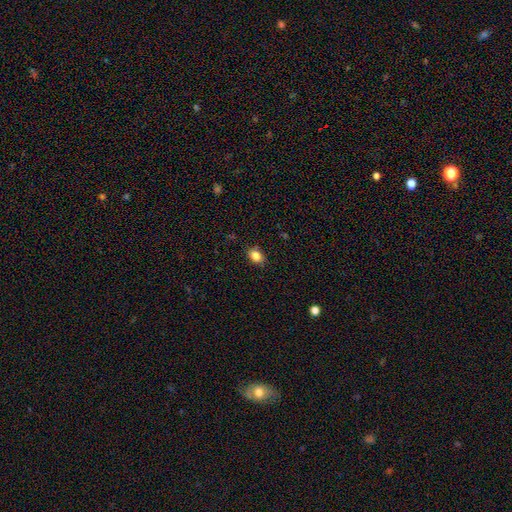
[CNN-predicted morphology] Smooth or featured: smooth — 85% (star or artifact — 10%)
How rounded: in between — 70% (round — 29%)
Merging: none — 84% (minor disturbance — 12%)